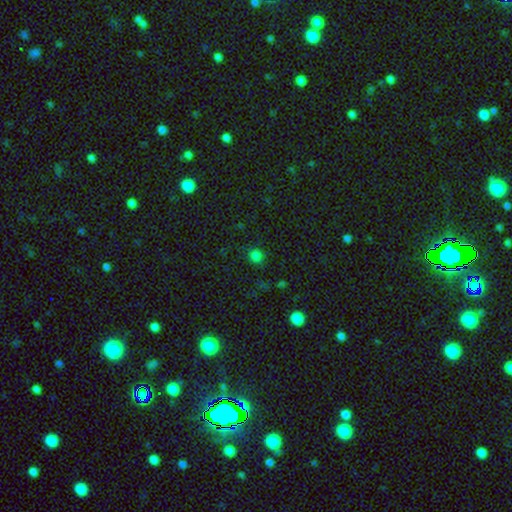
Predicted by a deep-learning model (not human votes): Morphology: type=smooth (77%); roundness=round (81%); merging=none (84%).